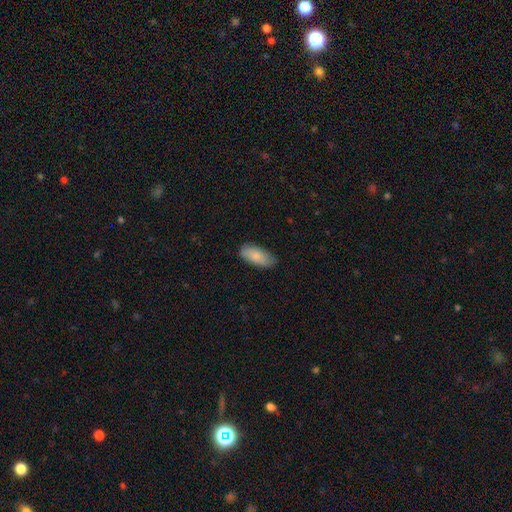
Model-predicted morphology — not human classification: Smooth or featured? Predicted: smooth (p=0.85). How rounded? Predicted: in between (p=0.88). Merging? Predicted: none (p=0.82).